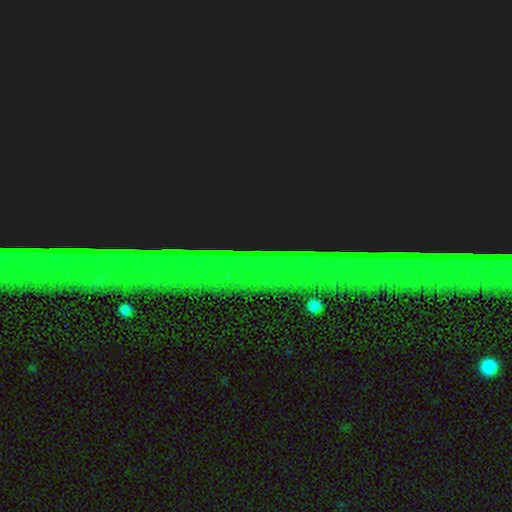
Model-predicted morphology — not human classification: Smooth or featured: star or artifact — 83% (featured or disk — 9%)